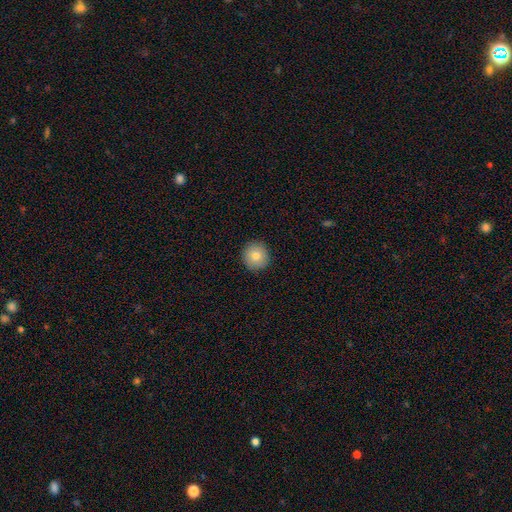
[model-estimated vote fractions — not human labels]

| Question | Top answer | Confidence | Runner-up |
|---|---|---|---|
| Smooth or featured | smooth | 81% | featured or disk (10%) |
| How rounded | round | 93% | in between (6%) |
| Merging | none | 92% | minor disturbance (6%) |